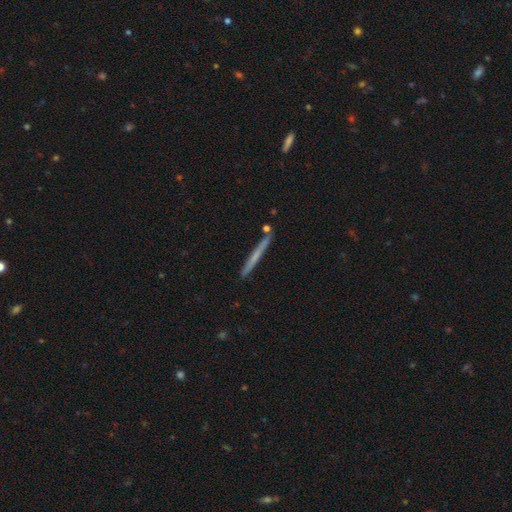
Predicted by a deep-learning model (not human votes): A featured or disk galaxy (48%). Merging: none (87%).